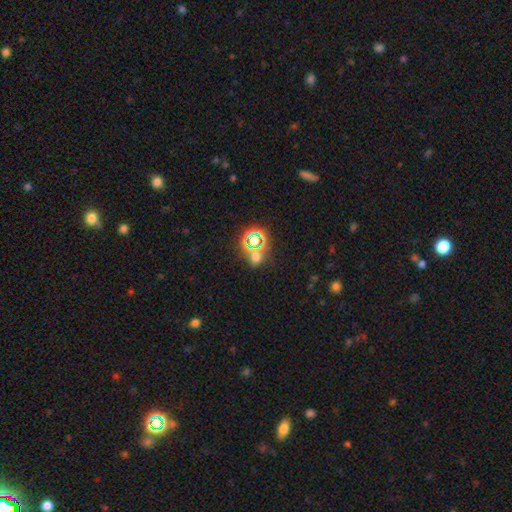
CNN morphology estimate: A star or artifact, not a galaxy (51%).